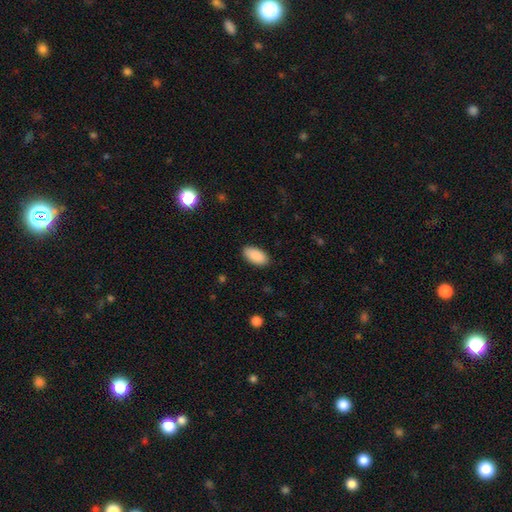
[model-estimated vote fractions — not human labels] Q: Smooth or featured?
A: smooth (91%); runner-up: star or artifact (6%)
Q: How rounded?
A: in between (95%); runner-up: cigar-shaped (3%)
Q: Merging?
A: none (88%); runner-up: minor disturbance (9%)